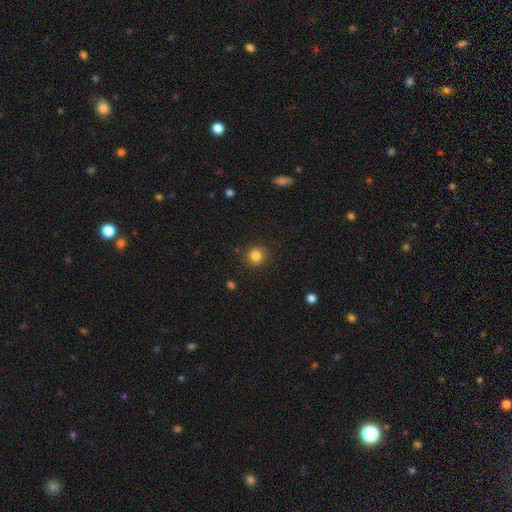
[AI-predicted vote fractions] smooth_or_featured: smooth (p=0.83) [alt: star or artifact p=0.12]
how_rounded: round (p=0.90) [alt: in between p=0.09]
merging: none (p=0.90) [alt: minor disturbance p=0.07]